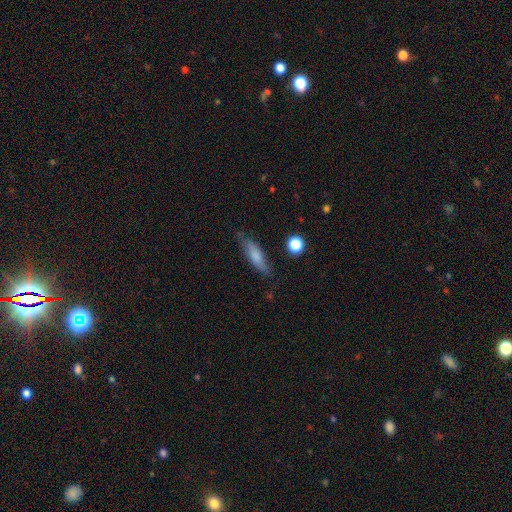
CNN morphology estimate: smooth_or_featured: smooth (p=0.72) [alt: featured or disk p=0.20]
how_rounded: cigar-shaped (p=0.57) [alt: in between p=0.41]
merging: none (p=0.72) [alt: minor disturbance p=0.20]